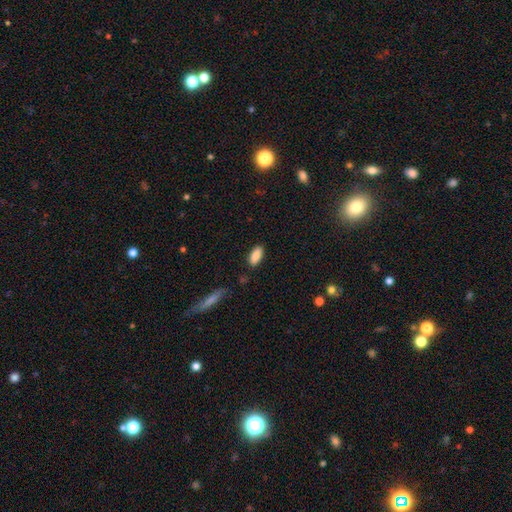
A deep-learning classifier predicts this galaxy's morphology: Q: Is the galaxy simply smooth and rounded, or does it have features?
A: smooth — 87%.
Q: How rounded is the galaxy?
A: in between — 87%.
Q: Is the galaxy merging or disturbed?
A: none — 86%.